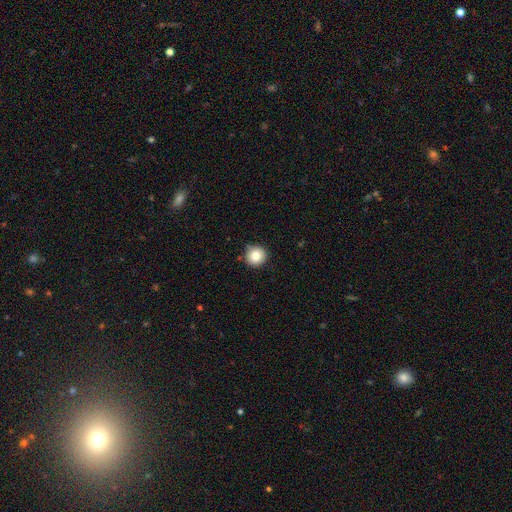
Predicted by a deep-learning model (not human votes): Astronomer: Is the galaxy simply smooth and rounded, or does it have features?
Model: smooth — 83%.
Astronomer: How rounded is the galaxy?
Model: round — 94%.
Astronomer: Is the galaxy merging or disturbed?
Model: none — 88%.